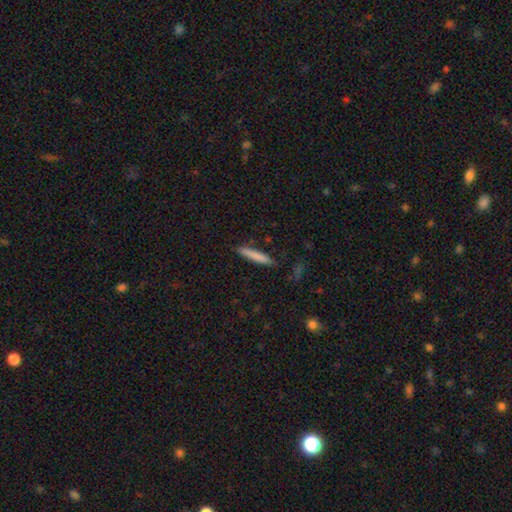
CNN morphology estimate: smooth 80%, featured or disk 14%, star or artifact 6%. Down the decision tree: how rounded — cigar-shaped (93%); merging — none (85%).